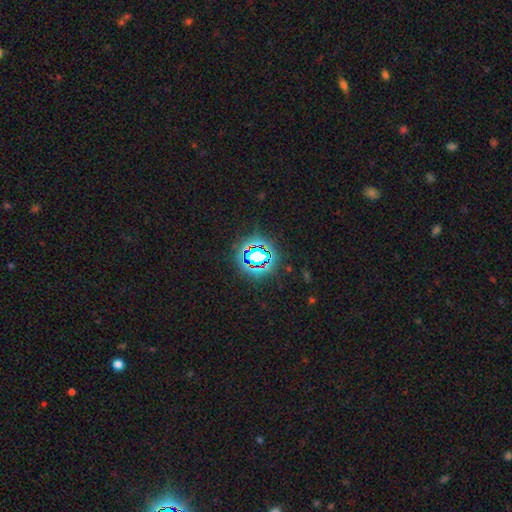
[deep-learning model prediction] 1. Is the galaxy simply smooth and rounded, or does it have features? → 77% star or artifact, 14% smooth, 9% featured or disk.